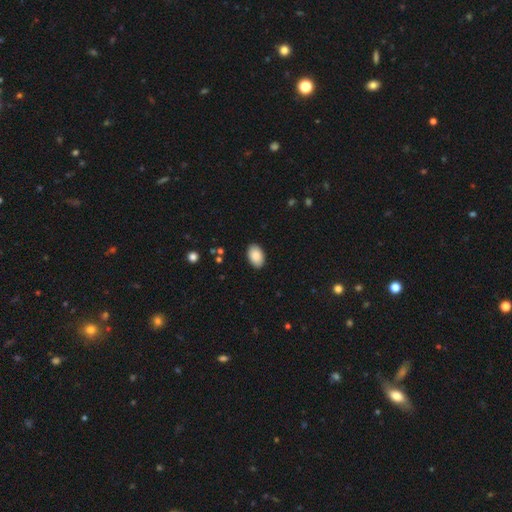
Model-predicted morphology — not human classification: smooth_or_featured: smooth (p=0.89) [alt: star or artifact p=0.07]
how_rounded: in between (p=0.92) [alt: round p=0.06]
merging: none (p=0.89) [alt: minor disturbance p=0.08]